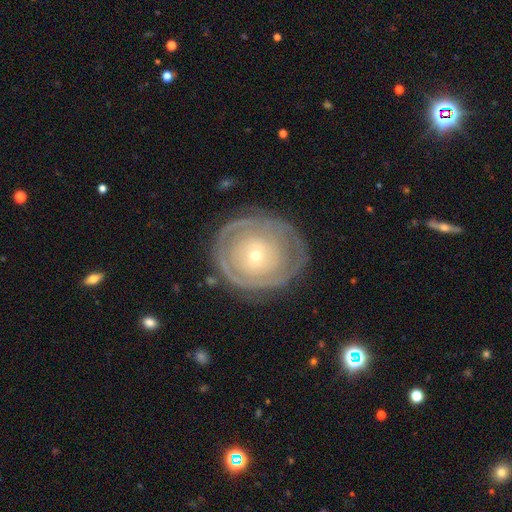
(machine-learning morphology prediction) Overall: featured or disk (70%). Edge-on disk: no (95%). Bar: no (87%). Spiral arms: no (51%; yes 49%). Bulge size: small (74%). Merging: none (76%).